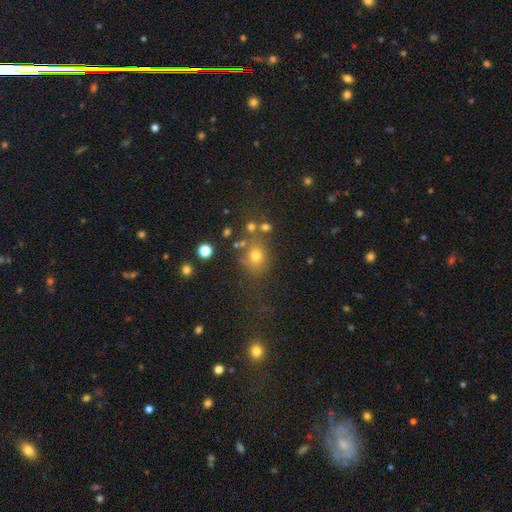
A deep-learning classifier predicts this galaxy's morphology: A smooth galaxy with no disk features (67%) that is round (63%).

Vote fractions:
- Smooth or featured? smooth: 67% / star or artifact: 21% / featured or disk: 12%
- How rounded? round: 63% / in between: 35% / cigar-shaped: 2%
- Merging? none: 65% / minor disturbance: 15% / merger: 12% / major disturbance: 8%